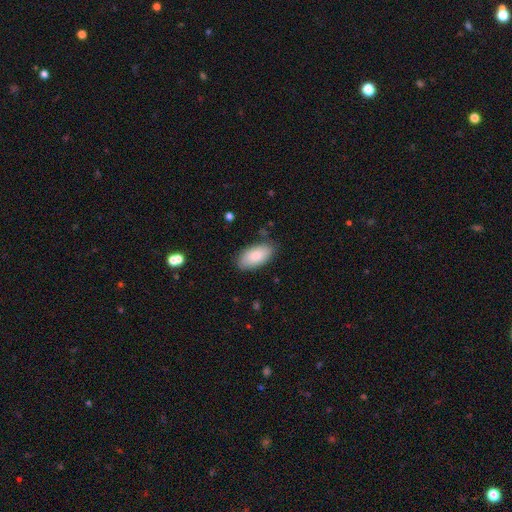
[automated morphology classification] A smooth galaxy with no disk features (84%) that is in between round and cigar-shaped (94%).

Vote fractions:
- Smooth or featured? smooth: 84% / featured or disk: 10% / star or artifact: 6%
- How rounded? in between: 94% / cigar-shaped: 4% / round: 2%
- Merging? none: 83% / minor disturbance: 13% / major disturbance: 3% / merger: 1%